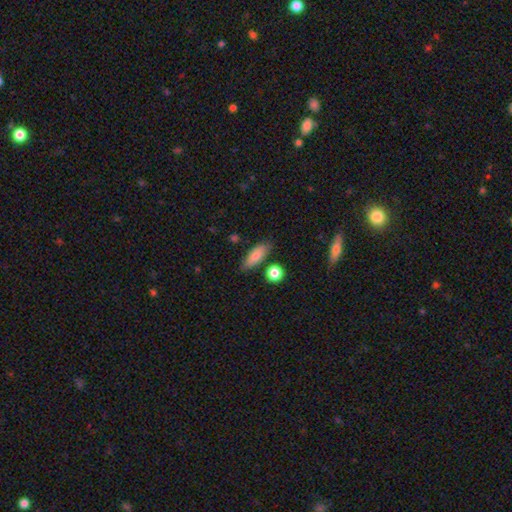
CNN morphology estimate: smooth_or_featured: smooth (p=0.81) [alt: featured or disk p=0.12]
how_rounded: in between (p=0.64) [alt: cigar-shaped p=0.32]
merging: none (p=0.78) [alt: minor disturbance p=0.14]